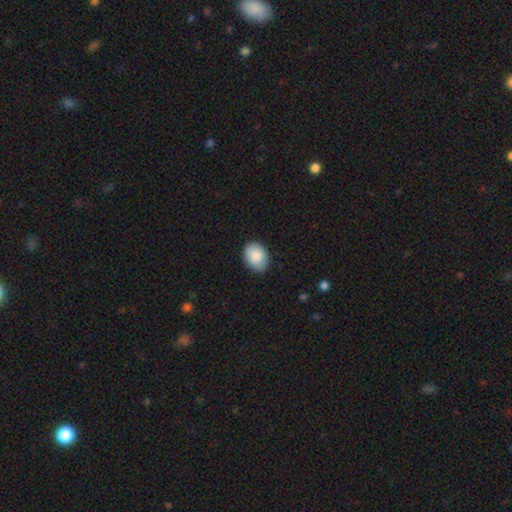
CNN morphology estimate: smooth_or_featured: smooth (p=0.89) [alt: star or artifact p=0.06]
how_rounded: in between (p=0.71) [alt: round p=0.28]
merging: none (p=0.85) [alt: minor disturbance p=0.12]